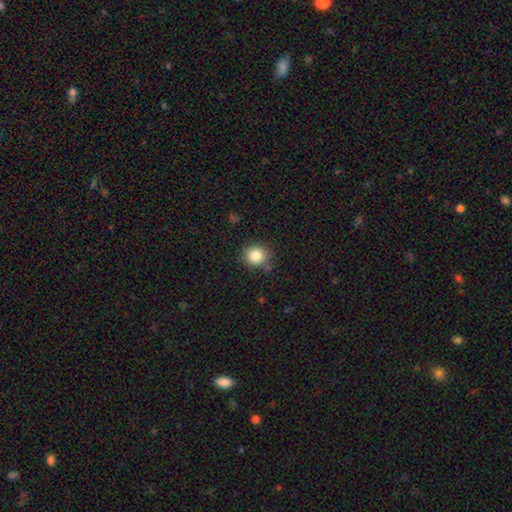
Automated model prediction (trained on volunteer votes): smooth-or-featured: smooth: 84% | star or artifact: 10% | featured or disk: 6%
  how-rounded: round: 85% | in between: 15% | cigar-shaped: 1%
  merging: none: 82% | minor disturbance: 11% | merger: 3% | major disturbance: 3%